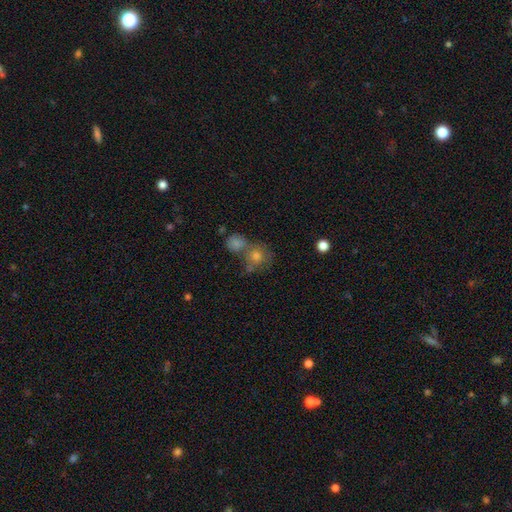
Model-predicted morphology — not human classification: smooth-or-featured: smooth: 51% | featured or disk: 28% | star or artifact: 21%
  how-rounded: round: 80% | in between: 19% | cigar-shaped: 2%
  merging: none: 45% | merger: 36% | minor disturbance: 12% | major disturbance: 7%